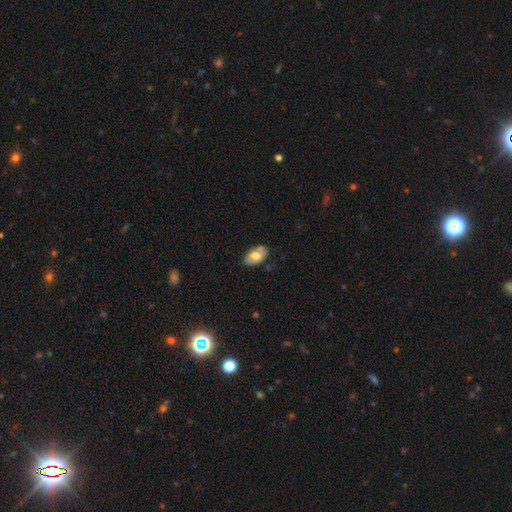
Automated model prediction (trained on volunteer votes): A smooth galaxy with no disk features (67%) that is in between round and cigar-shaped (93%).

Vote fractions:
- Smooth or featured? smooth: 67% / featured or disk: 27% / star or artifact: 7%
- How rounded? in between: 93% / round: 6% / cigar-shaped: 2%
- Merging? none: 72% / minor disturbance: 19% / merger: 6% / major disturbance: 3%